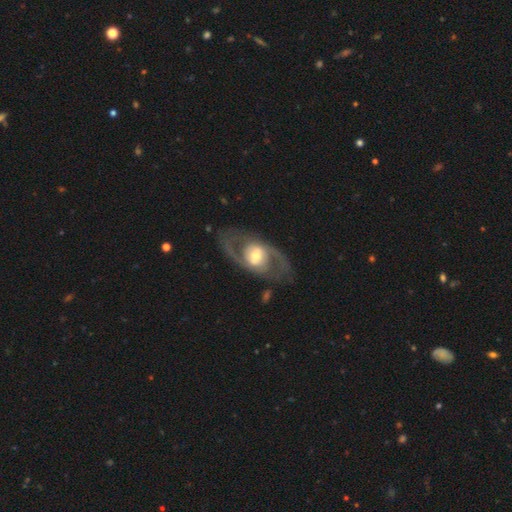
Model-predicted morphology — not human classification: Q: Smooth or featured?
A: featured or disk (81%); runner-up: smooth (14%)
Q: Edge-on disk?
A: no (93%); runner-up: yes (7%)
Q: Bar?
A: no (39%); runner-up: weak (37%)
Q: Spiral arms?
A: yes (78%); runner-up: no (22%)
Q: Spiral winding?
A: medium (52%); runner-up: loose (26%)
Q: Spiral arm count?
A: 2 (87%); runner-up: can't tell (7%)
Q: Bulge size?
A: moderate (59%); runner-up: large (20%)
Q: Merging?
A: none (76%); runner-up: minor disturbance (12%)